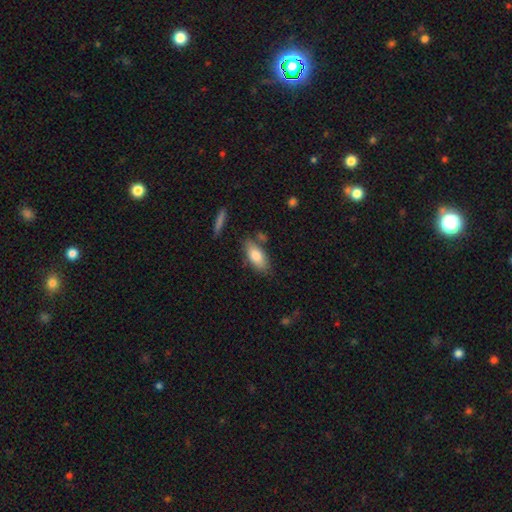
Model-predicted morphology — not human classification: Overall: smooth (78%). How rounded: in between (84%). Merging: none (75%).